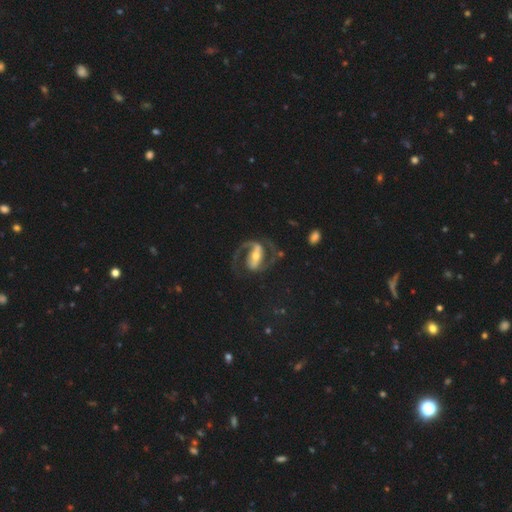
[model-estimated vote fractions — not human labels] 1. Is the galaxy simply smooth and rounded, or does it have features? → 88% featured or disk, 6% smooth, 6% star or artifact.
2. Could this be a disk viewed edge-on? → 97% no, 3% yes.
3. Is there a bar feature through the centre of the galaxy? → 62% strong, 25% weak, 13% no.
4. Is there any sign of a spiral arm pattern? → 96% yes, 4% no.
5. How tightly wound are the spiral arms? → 59% medium, 23% loose, 18% tight.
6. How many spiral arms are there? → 90% 2, 5% 1, 2% can't tell, 1% 3, 1% 4, 1% more than 4.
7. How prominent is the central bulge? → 54% moderate, 35% small, 8% large, 2% none, 1% dominant.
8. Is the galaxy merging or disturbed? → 68% none, 16% major disturbance, 13% minor disturbance, 2% merger.